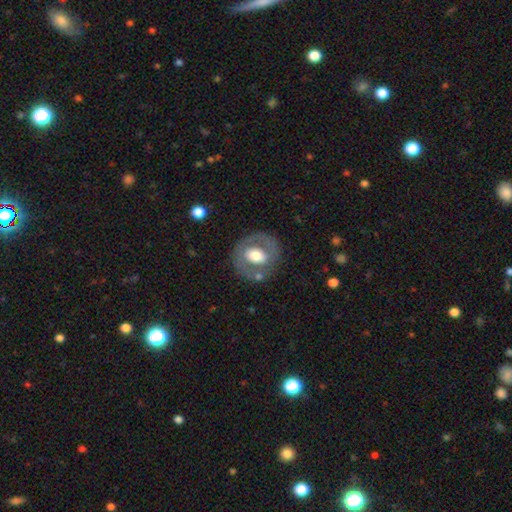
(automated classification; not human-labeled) smooth-or-featured: featured or disk: 49% | smooth: 45% | star or artifact: 6%
  merging: none: 73% | minor disturbance: 14% | major disturbance: 8% | merger: 4%